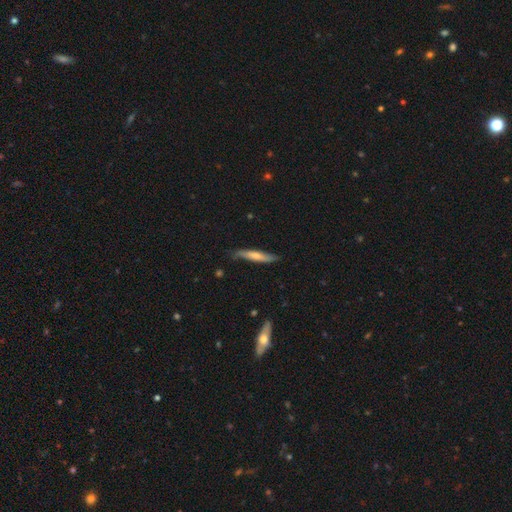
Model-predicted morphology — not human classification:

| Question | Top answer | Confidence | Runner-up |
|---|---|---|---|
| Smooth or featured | smooth | 59% | featured or disk (36%) |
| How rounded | cigar-shaped | 89% | in between (9%) |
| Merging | none | 73% | minor disturbance (21%) |